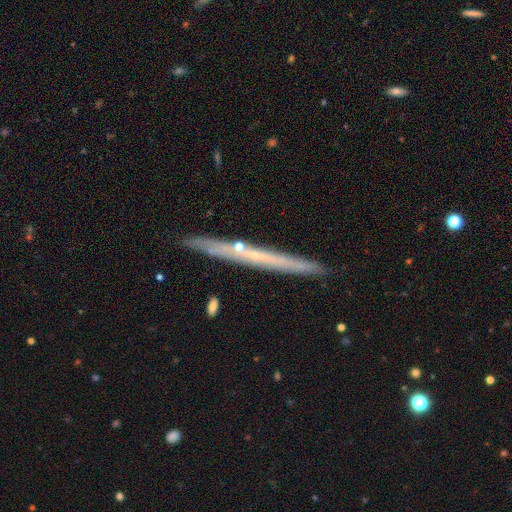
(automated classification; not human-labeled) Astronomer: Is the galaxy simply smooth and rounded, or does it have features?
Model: featured or disk — 59% (runner-up: smooth, 34%).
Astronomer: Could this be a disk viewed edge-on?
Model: yes — 96%.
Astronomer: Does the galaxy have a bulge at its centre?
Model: none — 78%.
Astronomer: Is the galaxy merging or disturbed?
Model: none — 88%.